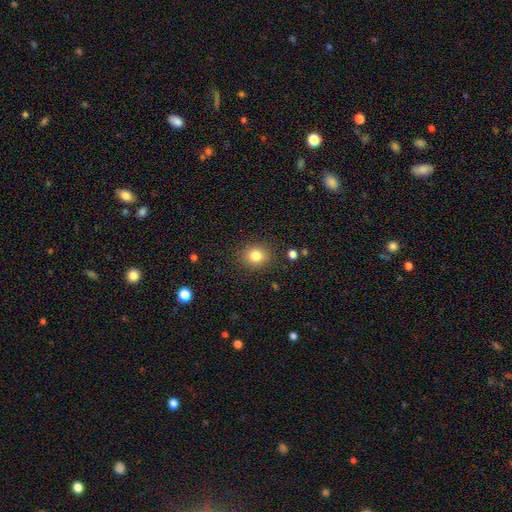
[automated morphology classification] This is clearly a smooth galaxy (82%). How rounded: likely round (73%). Merging: clearly none (87%).